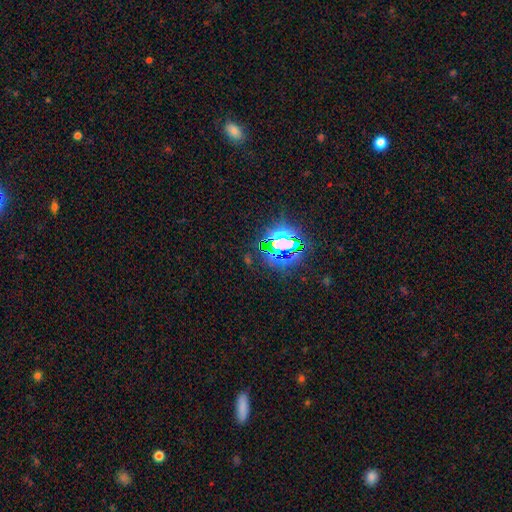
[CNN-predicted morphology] The model was most divided on "smooth or featured": star or artifact: 80%, smooth: 13%, featured or disk: 7%.